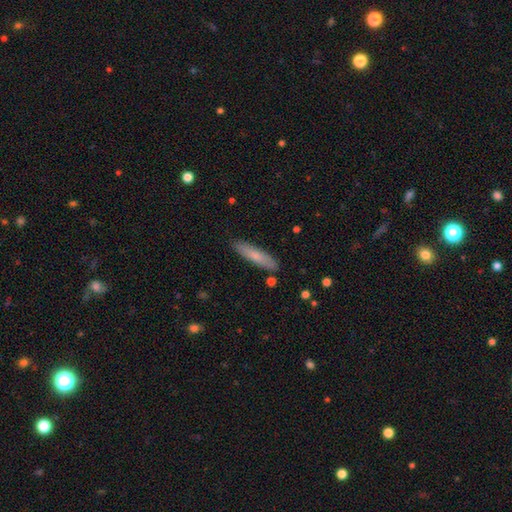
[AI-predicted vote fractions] A smooth galaxy with no disk features (71%) that is cigar-shaped (81%). Merging: none (87%).